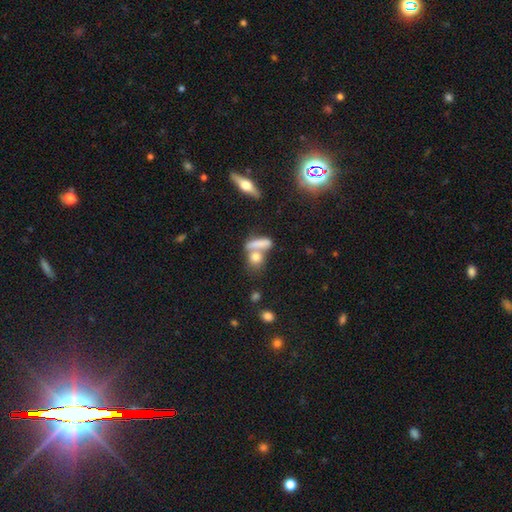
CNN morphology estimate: A smooth galaxy with no disk features (47%). Merging: none (50%).